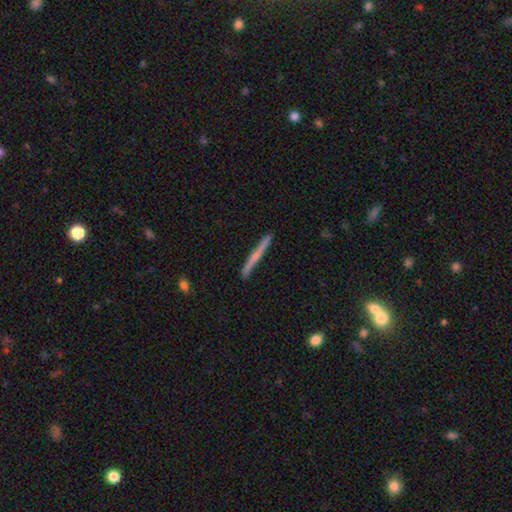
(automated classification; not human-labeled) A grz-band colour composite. It shows a smooth galaxy with no disk features (48%). Merging: none (89%).